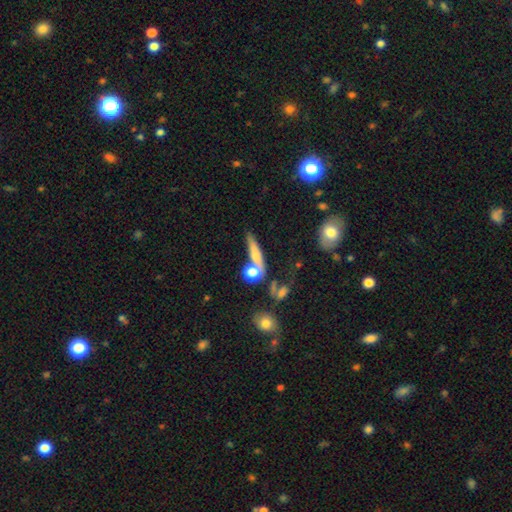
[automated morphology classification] Smooth or featured? Predicted: smooth (p=0.58). How rounded? Predicted: cigar-shaped (p=0.61). Merging? Predicted: none (p=0.51).